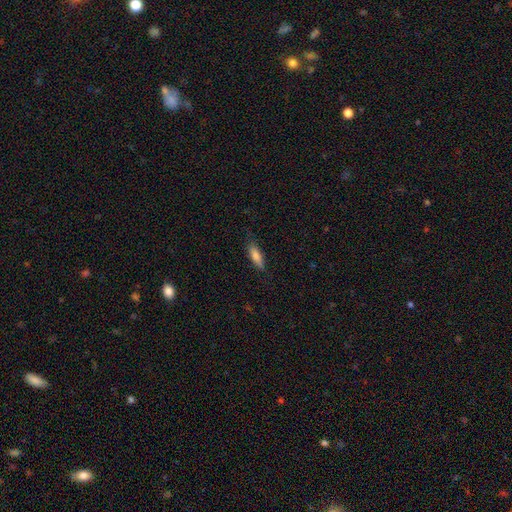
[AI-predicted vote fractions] This appears to be a smooth galaxy with no disk features (79%) that is cigar-shaped (51%). Merging: none (76%).